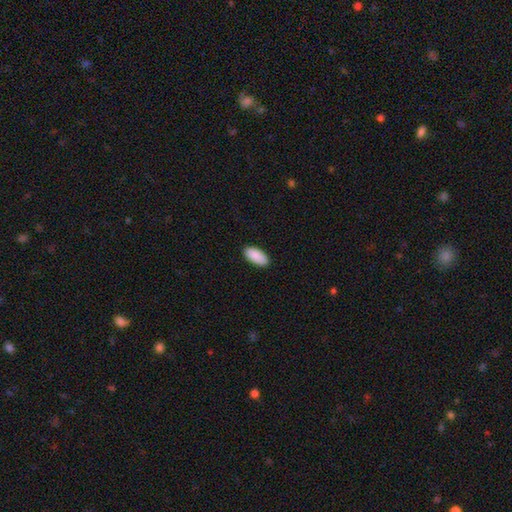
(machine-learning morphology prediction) This appears to be a smooth galaxy with no disk features (91%) that is in between round and cigar-shaped (92%). Merging: none (89%).